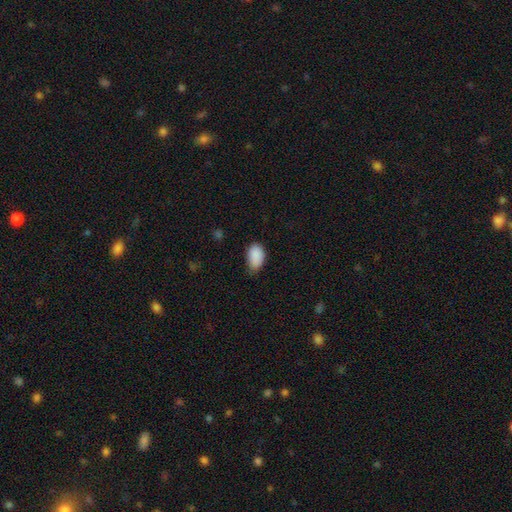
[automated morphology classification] Overall: smooth (89%). How rounded: in between (92%). Merging: none (60%; minor disturbance 33%).